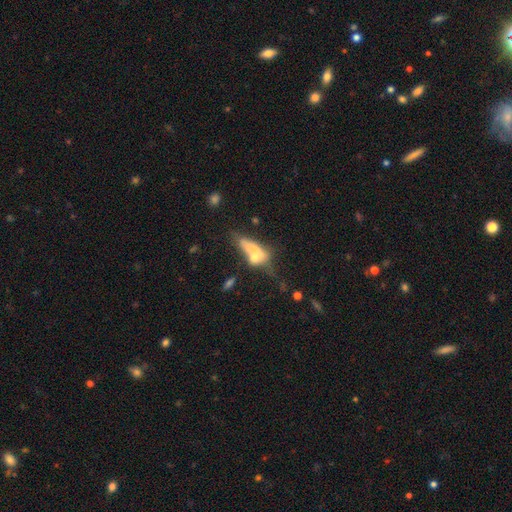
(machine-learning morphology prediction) type=smooth (52%); roundness=in between (57%); merging=none (28%).